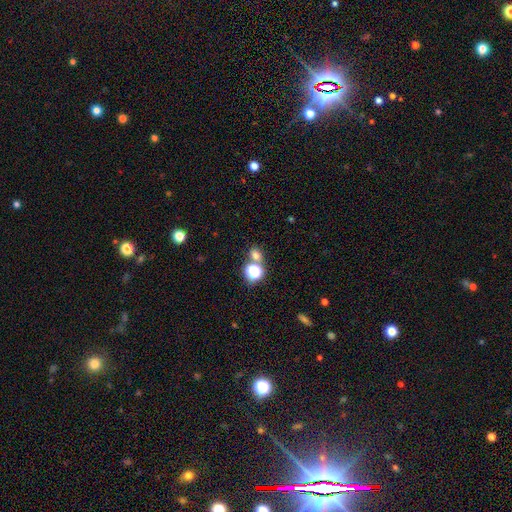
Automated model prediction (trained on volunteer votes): Smooth or featured: smooth — 65% (star or artifact — 27%)
How rounded: round — 65% (in between — 34%)
Merging: none — 65% (merger — 23%)